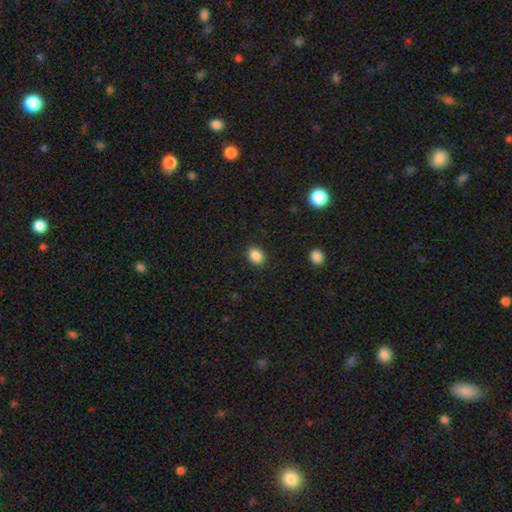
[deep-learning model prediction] Overall: smooth (87%). How rounded: in between (52%; round 47%). Merging: none (89%).